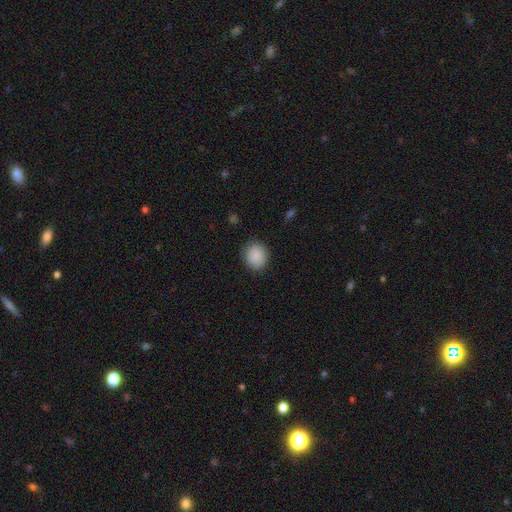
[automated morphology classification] This appears to be a smooth galaxy with no disk features (89%) that is round (72%). Merging: none (85%).